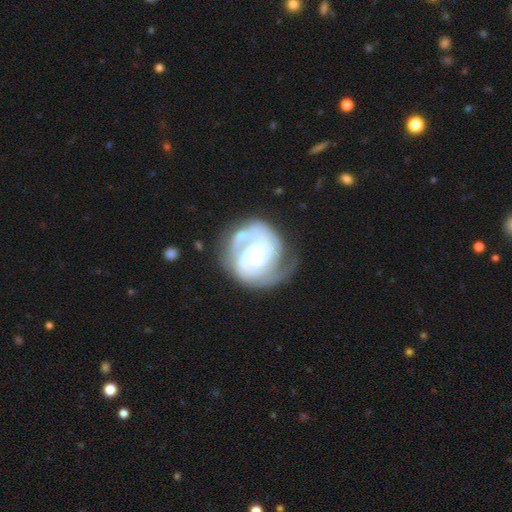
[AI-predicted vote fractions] Morphology: type=featured or disk (91%); edge-on=no (98%); bar=weak (46%); spiral arms=yes (98%); winding=tight (71%); arm count=2 (50%); bulge=small (58%); merging=none (57%).